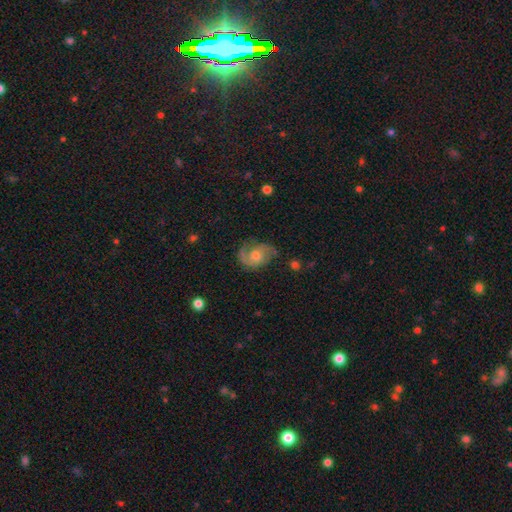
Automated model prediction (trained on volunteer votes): smooth-or-featured: featured or disk: 73% | smooth: 18% | star or artifact: 9%
  disk-edge-on: no: 97% | yes: 3%
    bar: no: 67% | weak: 29% | strong: 4%
    has-spiral-arms: yes: 93% | no: 7%
      spiral-winding: medium: 50% | loose: 27% | tight: 23%
      spiral-arm-count: 2: 78% | can't tell: 9% | 1: 7% | 3: 4% | 4: 1% | more than 4: 1%
    bulge-size: moderate: 57% | small: 29% | large: 8% | none: 4% | dominant: 1%
  merging: none: 66% | minor disturbance: 21% | major disturbance: 11% | merger: 2%